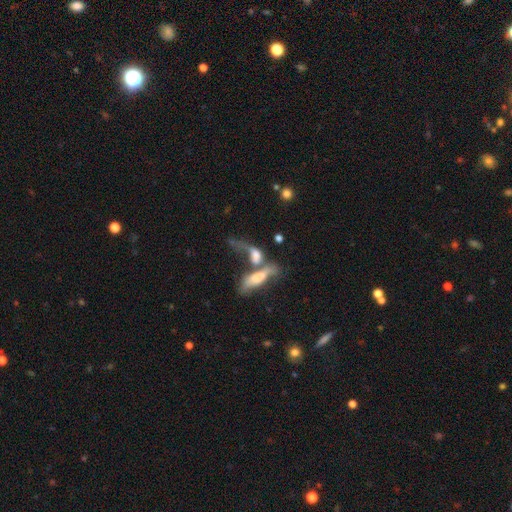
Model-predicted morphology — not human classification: Smooth or featured: smooth — 47% (featured or disk — 43%)
Merging: merger — 68% (major disturbance — 13%)